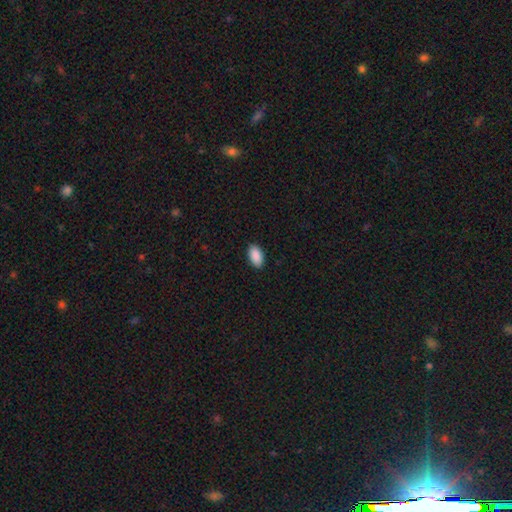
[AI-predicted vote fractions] Morphology: type=smooth (91%); roundness=in between (95%); merging=none (90%).